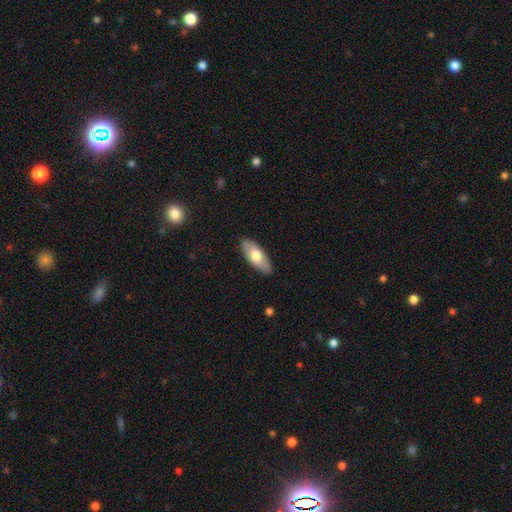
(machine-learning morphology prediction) Smooth or featured? Predicted: smooth (p=0.66). How rounded? Predicted: in between (p=0.82). Merging? Predicted: none (p=0.87).